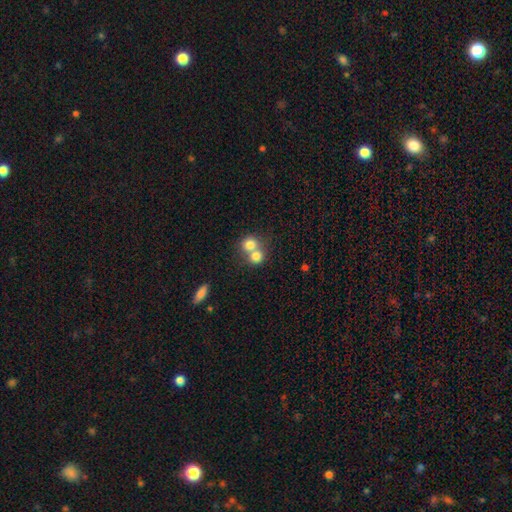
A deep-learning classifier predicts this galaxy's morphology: The model was most divided on "merging": merger: 62%, none: 31%, minor disturbance: 5%, major disturbance: 3%. More confident: how rounded — round (78%); smooth or featured — smooth (76%).